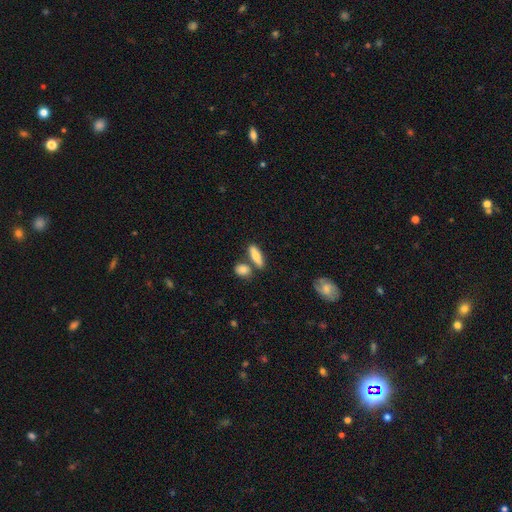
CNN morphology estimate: This is likely a smooth galaxy (71%). How rounded: possibly in between (54%). Merging: likely none (66%).